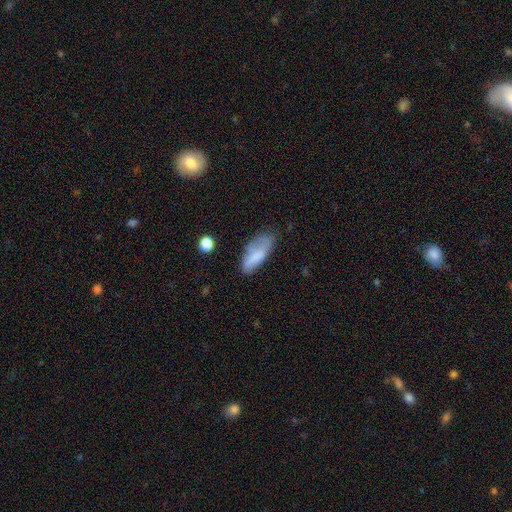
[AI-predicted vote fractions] A smooth galaxy with no disk features (76%) that is in between round and cigar-shaped (77%).

Vote fractions:
- Smooth or featured? smooth: 76% / featured or disk: 16% / star or artifact: 7%
- How rounded? in between: 77% / cigar-shaped: 21% / round: 2%
- Merging? none: 52% / minor disturbance: 33% / major disturbance: 12% / merger: 3%